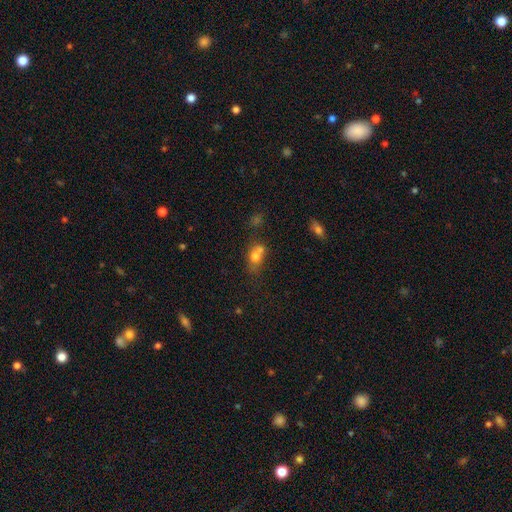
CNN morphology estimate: This is likely a smooth galaxy (72%). How rounded: possibly in between (55%). Merging: possibly merger (51%).